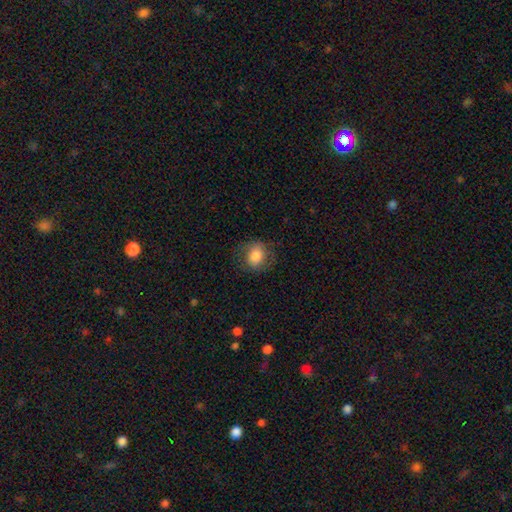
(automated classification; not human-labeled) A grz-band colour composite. It shows a smooth galaxy with no disk features (78%) that is round (63%). Merging: none (73%).